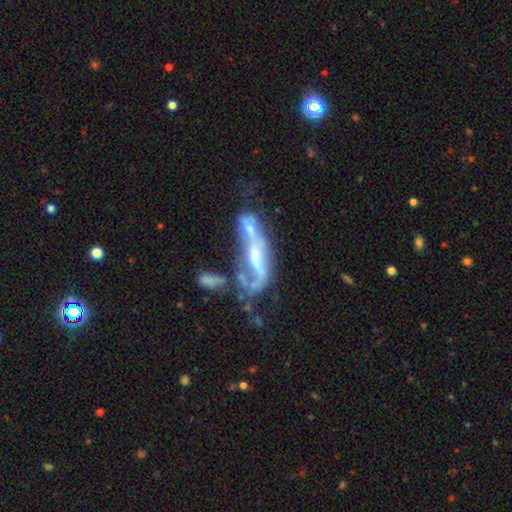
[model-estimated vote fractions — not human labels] smooth_or_featured: featured or disk (p=0.68) [alt: smooth p=0.22]
disk_edge_on: no (p=0.84) [alt: yes p=0.16]
bar: no (p=0.52) [alt: weak p=0.26]
has_spiral_arms: no (p=0.54) [alt: yes p=0.46]
bulge_size: moderate (p=0.31) [alt: none p=0.30]
merging: merger (p=0.44) [alt: major disturbance p=0.27]